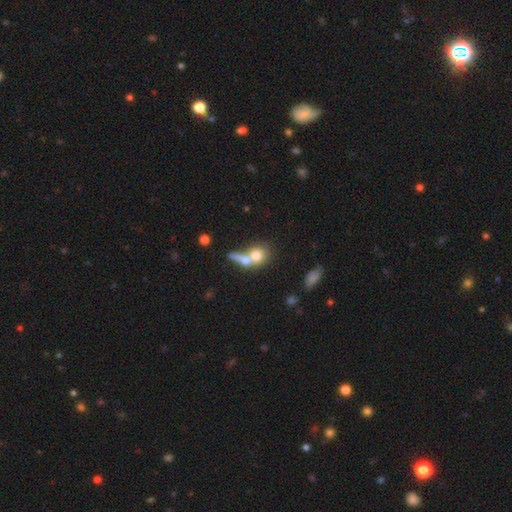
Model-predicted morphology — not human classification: Smooth or featured?
  - smooth: 68% *
  - featured or disk: 22%
  - star or artifact: 10%
How rounded?
  - round: 63% *
  - in between: 31%
  - cigar-shaped: 6%
Merging?
  - merger: 62% *
  - none: 26%
  - minor disturbance: 7%
  - major disturbance: 5%